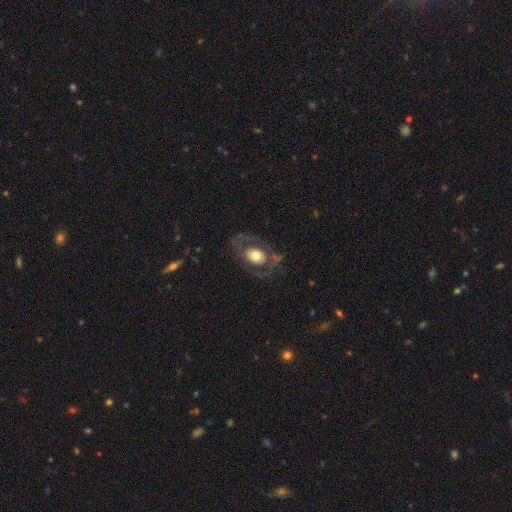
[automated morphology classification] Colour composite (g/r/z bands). It shows a featured or disk galaxy (58%) with no bar (83%), no spiral arms (61%) and a moderate central bulge (51%). Merging: none (66%).